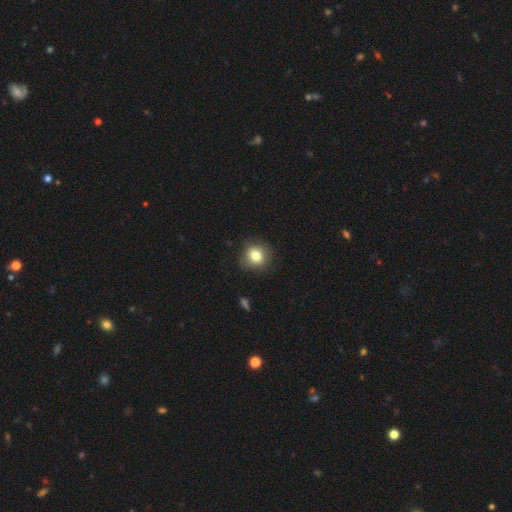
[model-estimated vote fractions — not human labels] smooth_or_featured: smooth (p=0.81) [alt: star or artifact p=0.10]
how_rounded: round (p=0.79) [alt: in between p=0.20]
merging: none (p=0.81) [alt: minor disturbance p=0.14]